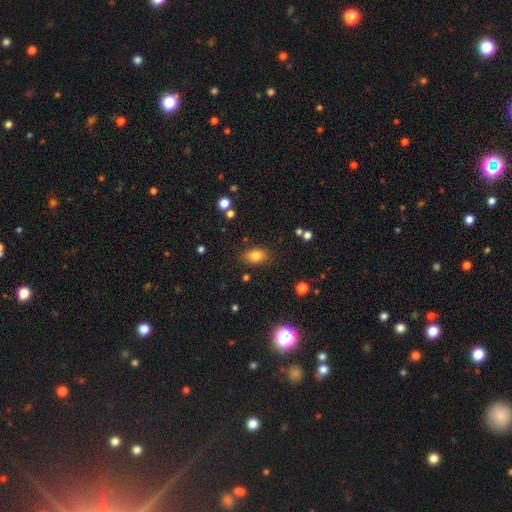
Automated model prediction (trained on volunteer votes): This is clearly a smooth galaxy (81%). How rounded: clearly in between (81%). Merging: clearly none (83%).